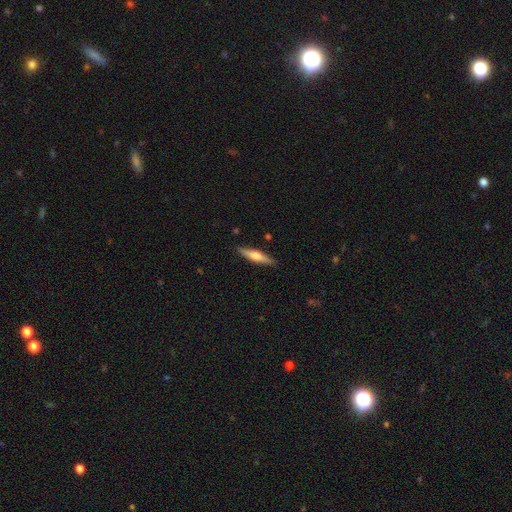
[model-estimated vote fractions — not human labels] Q: Smooth or featured?
A: smooth (50%); runner-up: featured or disk (45%)
Q: Merging?
A: none (89%); runner-up: minor disturbance (8%)